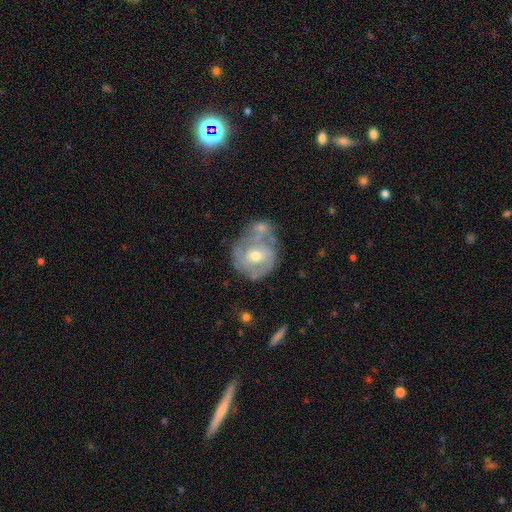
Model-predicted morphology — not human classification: This is likely a featured or disk galaxy (73%). It is clearly not viewed edge-on (97%). Bar: possibly no (58%). Spiral arm pattern: likely yes (77%). Spiral arm count: marginally 2 (37%). Spiral winding: possibly tight (59%). Central bulge: likely moderate (67%). Merging: marginally none (38%).